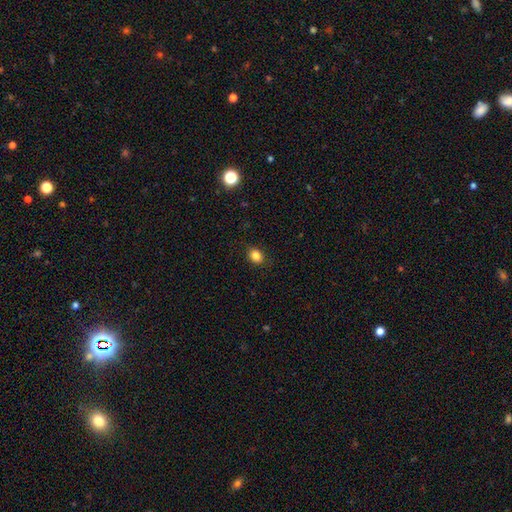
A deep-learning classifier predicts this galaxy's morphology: Smooth or featured? smooth (84%)
How rounded? round (50%)
Merging? none (87%)